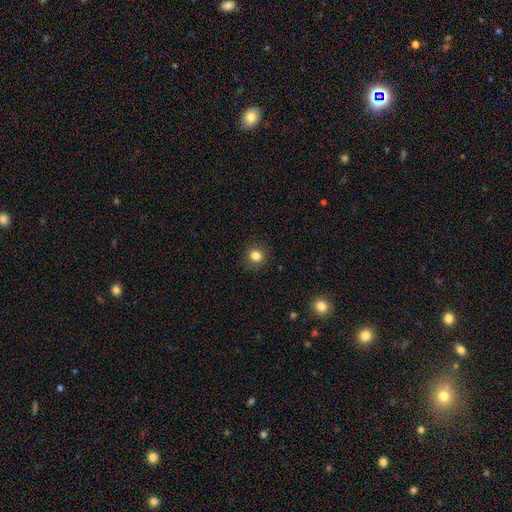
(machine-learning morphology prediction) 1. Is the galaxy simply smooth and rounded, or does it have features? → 83% smooth, 12% star or artifact, 5% featured or disk.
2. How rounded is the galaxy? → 88% round, 11% in between, 1% cigar-shaped.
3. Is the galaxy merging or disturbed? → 90% none, 7% minor disturbance, 2% major disturbance, 1% merger.